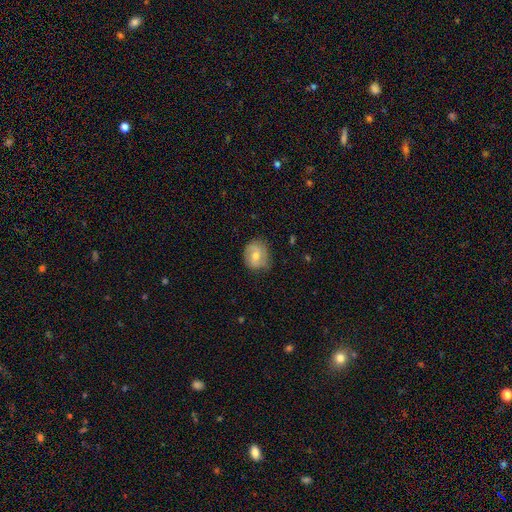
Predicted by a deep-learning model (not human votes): This is possibly a smooth galaxy (49%). Merging: likely none (75%).